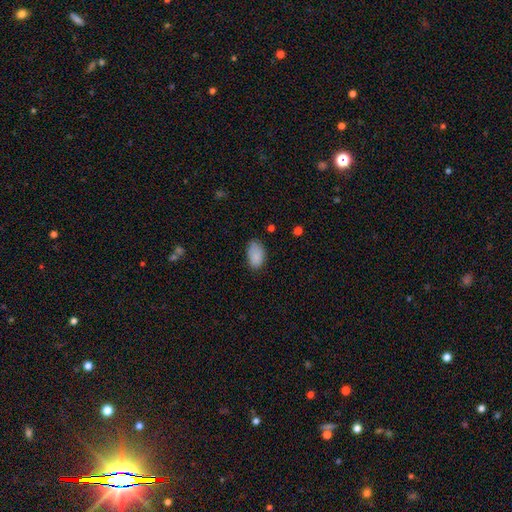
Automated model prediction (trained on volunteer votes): smooth-or-featured: smooth: 86% | star or artifact: 8% | featured or disk: 6%
  how-rounded: in between: 93% | round: 6% | cigar-shaped: 1%
  merging: none: 71% | minor disturbance: 23% | major disturbance: 5% | merger: 2%